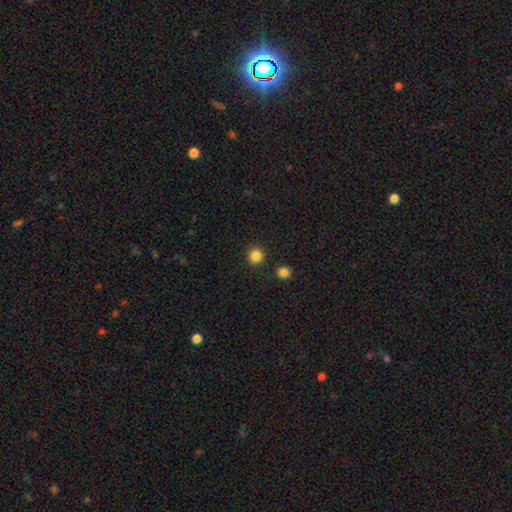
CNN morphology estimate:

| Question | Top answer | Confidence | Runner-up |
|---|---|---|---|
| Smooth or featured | smooth | 85% | star or artifact (12%) |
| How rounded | round | 93% | in between (6%) |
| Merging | none | 90% | minor disturbance (5%) |